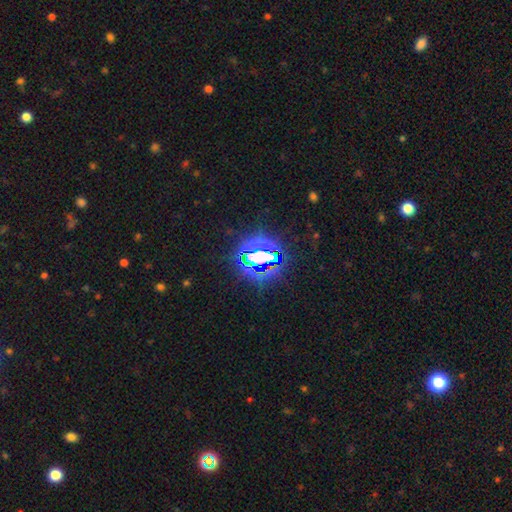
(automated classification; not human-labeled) star or artifact 80%, smooth 11%, featured or disk 9%.